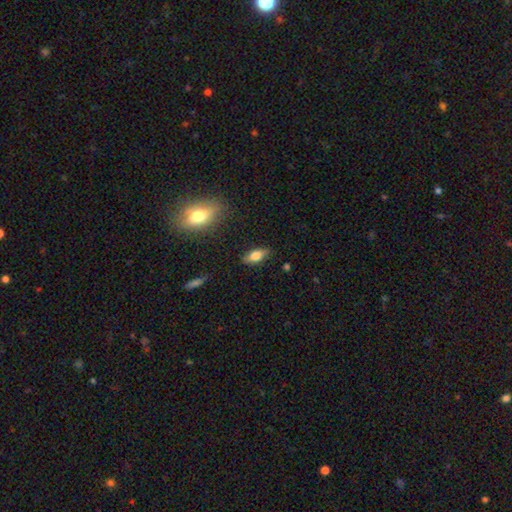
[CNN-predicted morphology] Smooth or featured? Predicted: smooth (p=0.73). How rounded? Predicted: in between (p=0.82). Merging? Predicted: none (p=0.83).